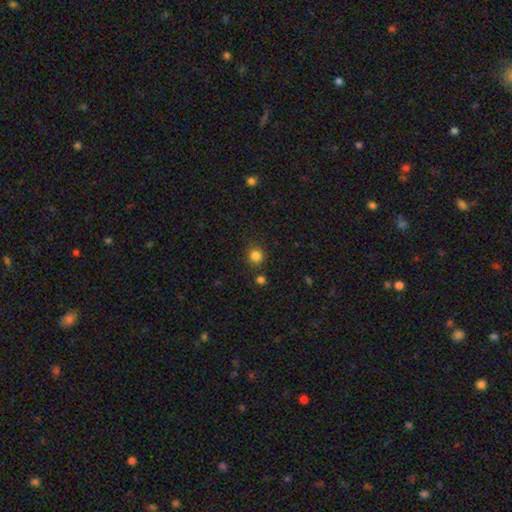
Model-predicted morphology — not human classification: smooth_or_featured: smooth (p=0.83) [alt: star or artifact p=0.13]
how_rounded: round (p=0.93) [alt: in between p=0.06]
merging: none (p=0.85) [alt: minor disturbance p=0.07]